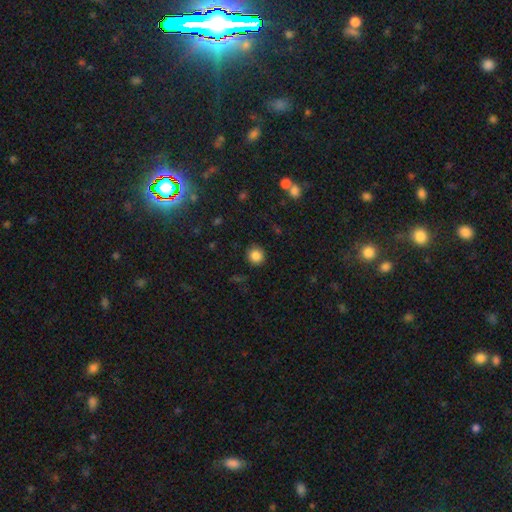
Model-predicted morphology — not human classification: Q: Smooth or featured?
A: smooth (85%); runner-up: star or artifact (11%)
Q: How rounded?
A: round (90%); runner-up: in between (9%)
Q: Merging?
A: none (89%); runner-up: minor disturbance (7%)